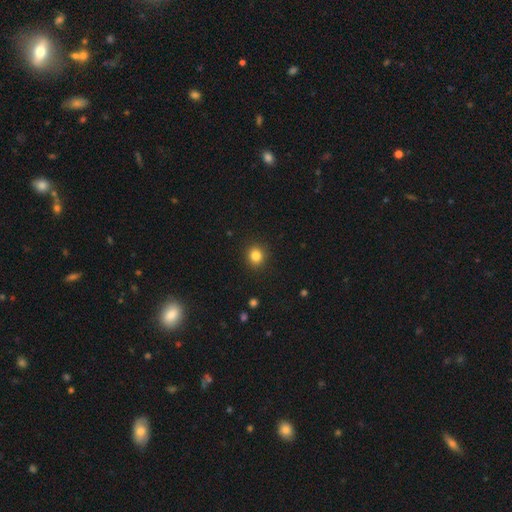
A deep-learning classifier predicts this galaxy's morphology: A smooth galaxy with no disk features (84%) that is round (86%). Merging: none (91%).